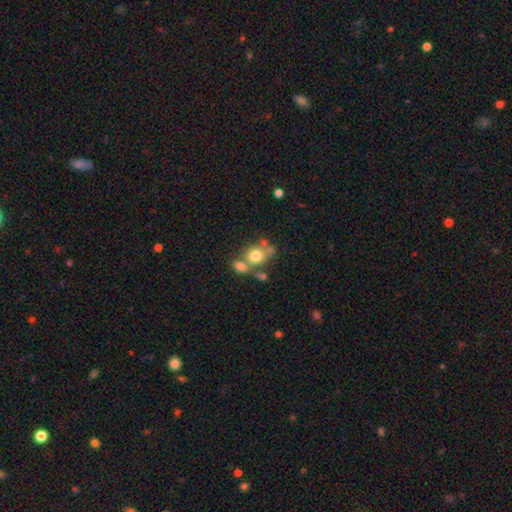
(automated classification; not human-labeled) Smooth or featured?
  - smooth: 73% *
  - featured or disk: 17%
  - star or artifact: 11%
How rounded?
  - round: 66% *
  - in between: 32%
  - cigar-shaped: 1%
Merging?
  - none: 42% *
  - merger: 40%
  - minor disturbance: 11%
  - major disturbance: 7%